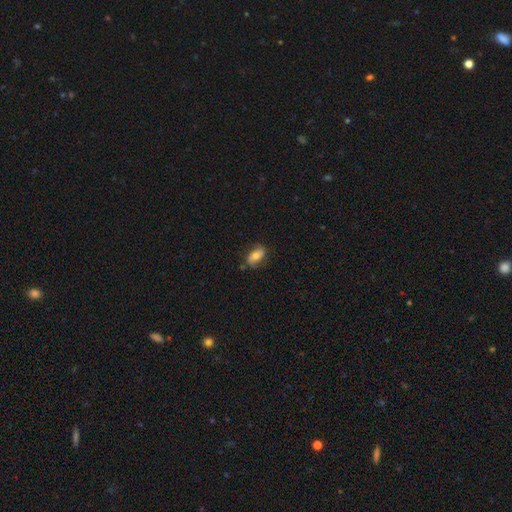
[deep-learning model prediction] The model was most divided on "smooth or featured": smooth: 51%, featured or disk: 41%, star or artifact: 8%. More confident: how rounded — in between (86%); merging — none (72%).